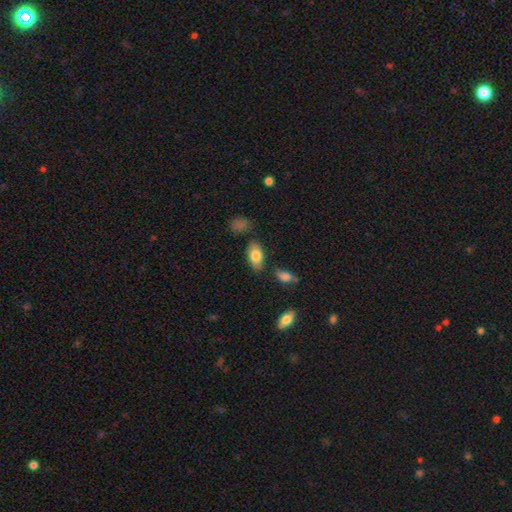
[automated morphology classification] This is clearly a smooth galaxy (81%). How rounded: clearly in between (92%). Merging: likely none (79%).